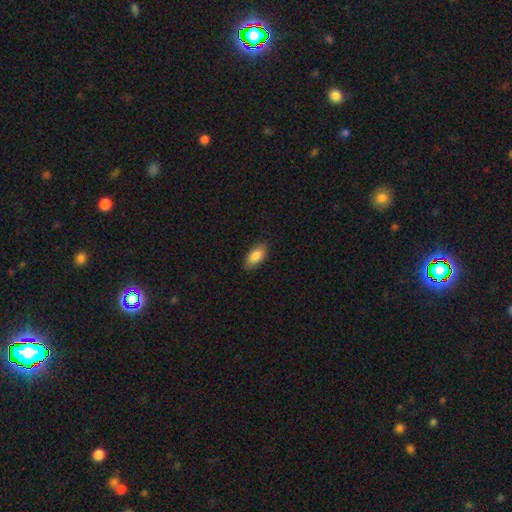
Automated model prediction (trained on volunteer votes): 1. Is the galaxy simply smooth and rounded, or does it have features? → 87% smooth, 7% featured or disk, 7% star or artifact.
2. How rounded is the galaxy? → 91% in between, 6% cigar-shaped, 3% round.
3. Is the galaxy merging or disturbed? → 85% none, 12% minor disturbance, 2% major disturbance, 1% merger.